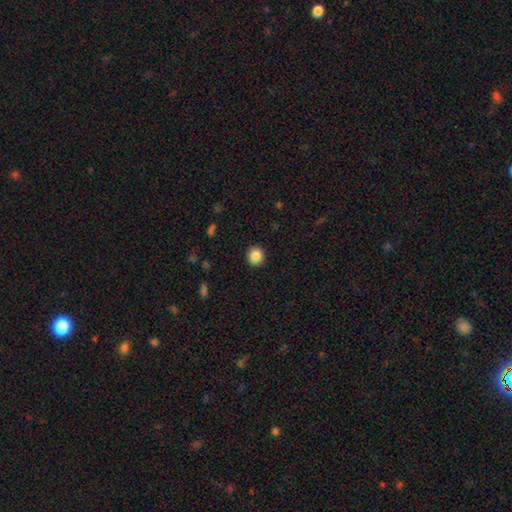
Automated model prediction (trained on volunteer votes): Smooth or featured: smooth — 87% (star or artifact — 9%)
How rounded: round — 87% (in between — 12%)
Merging: none — 91% (minor disturbance — 6%)